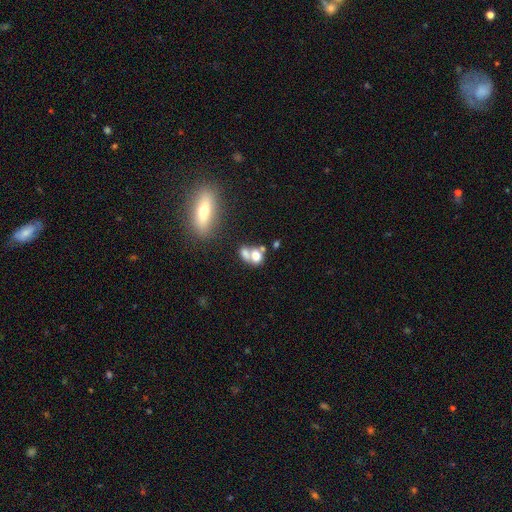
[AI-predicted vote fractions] Overall: smooth (66%). How rounded: in between (53%; round 45%). Merging: merger (62%; none 24%).